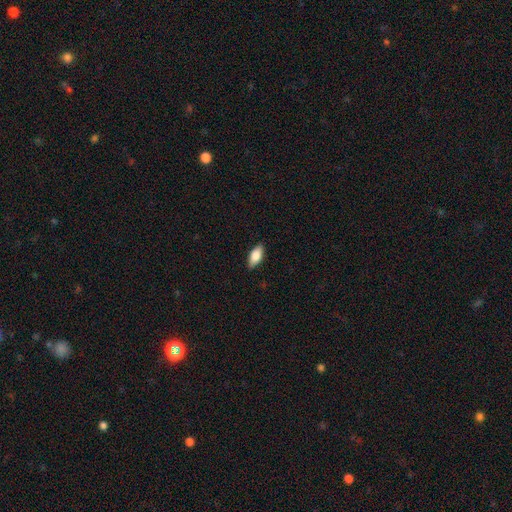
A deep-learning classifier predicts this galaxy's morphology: This is clearly a smooth galaxy (82%). How rounded: clearly in between (88%). Merging: clearly none (88%).